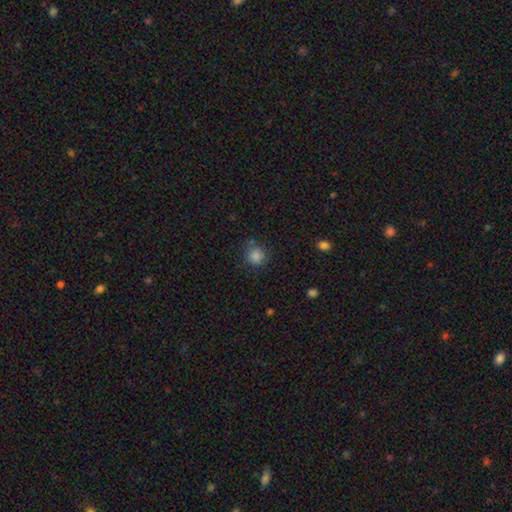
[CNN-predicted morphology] A smooth galaxy with no disk features (83%) that is round (91%). Merging: none (79%).